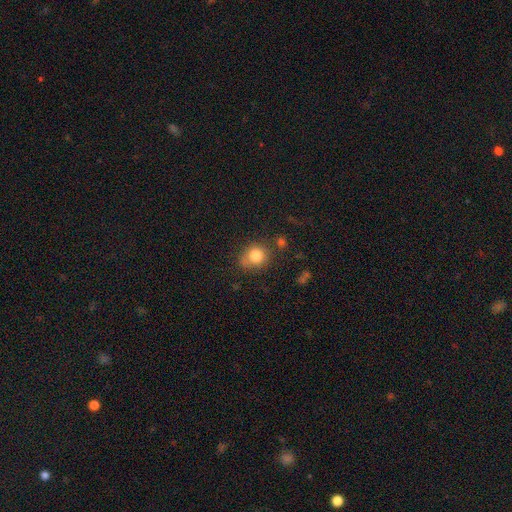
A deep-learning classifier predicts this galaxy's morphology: This is clearly a smooth galaxy (81%). How rounded: likely round (72%). Merging: likely none (62%).